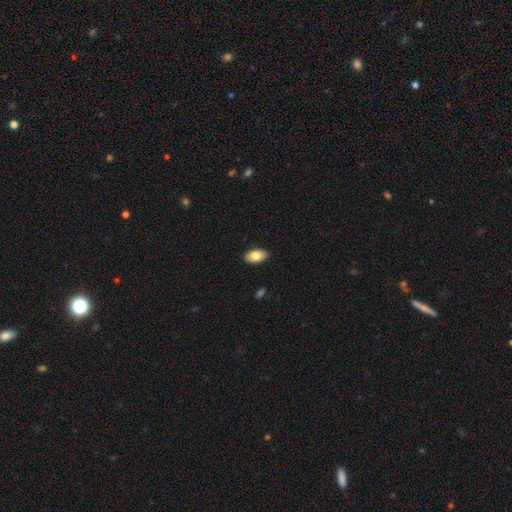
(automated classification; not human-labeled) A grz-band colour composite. It shows a smooth galaxy with no disk features (81%) that is in between round and cigar-shaped (94%). Merging: none (90%).